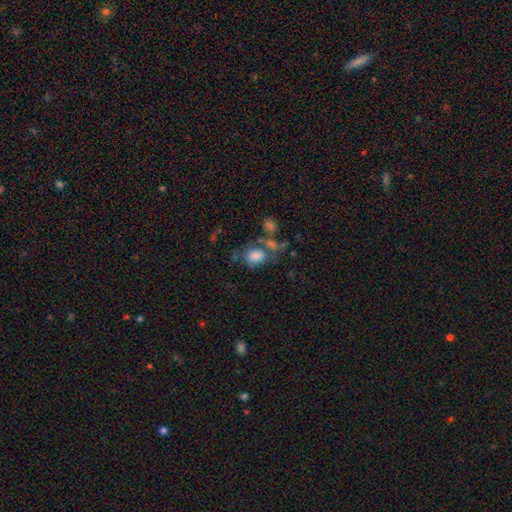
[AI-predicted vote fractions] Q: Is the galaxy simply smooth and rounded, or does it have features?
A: smooth — 73%.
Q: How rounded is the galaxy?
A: in between — 61%.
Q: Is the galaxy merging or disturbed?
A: none — 34%.